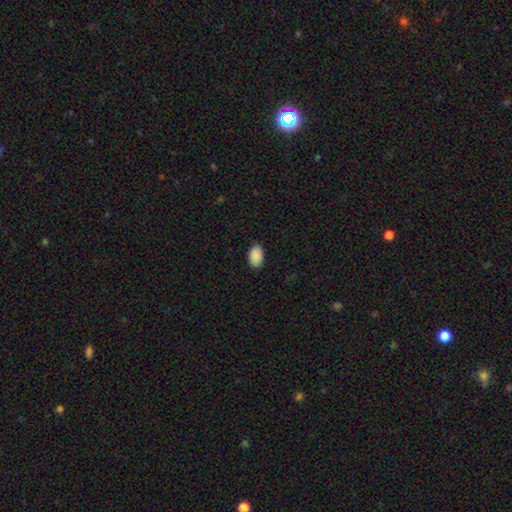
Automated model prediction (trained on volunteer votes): Smooth or featured? Predicted: smooth (p=0.90). How rounded? Predicted: in between (p=0.90). Merging? Predicted: none (p=0.86).